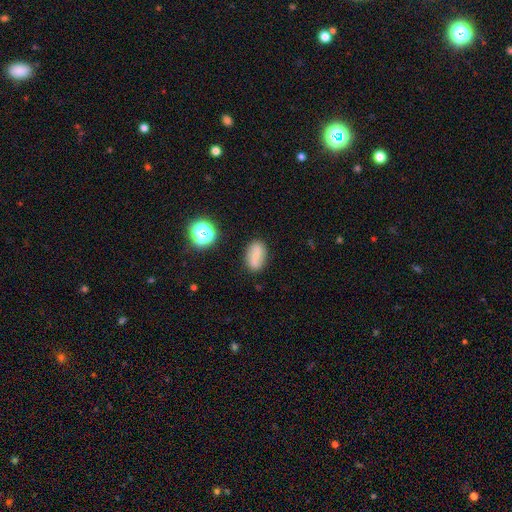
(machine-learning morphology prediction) Smooth or featured? Predicted: smooth (p=0.55). How rounded? Predicted: in between (p=0.84). Merging? Predicted: none (p=0.80).